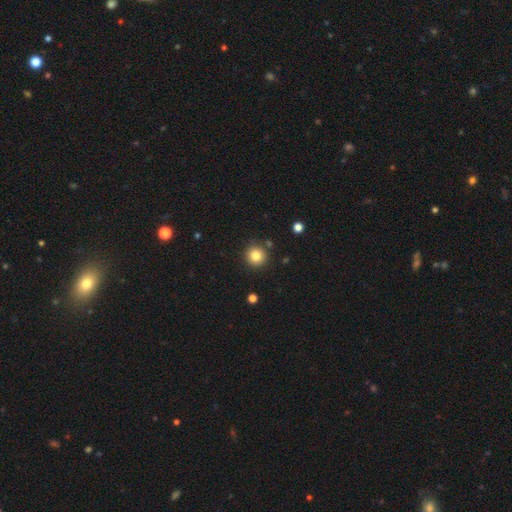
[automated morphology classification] This appears to be a smooth galaxy with no disk features (83%) that is round (95%). Merging: none (88%).